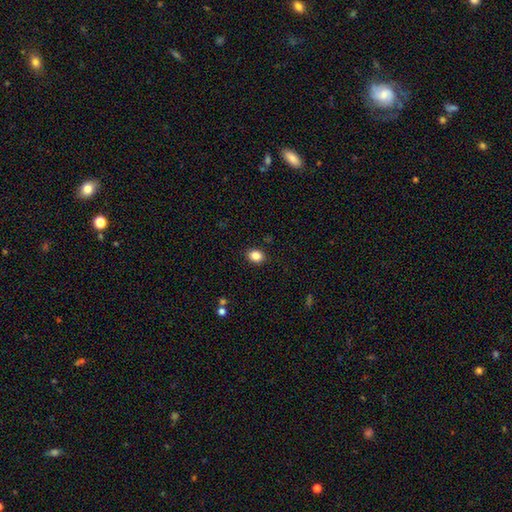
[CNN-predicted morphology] A smooth galaxy with no disk features (86%) that is in between round and cigar-shaped (62%).

Vote fractions:
- Smooth or featured? smooth: 86% / star or artifact: 10% / featured or disk: 5%
- How rounded? in between: 62% / round: 37% / cigar-shaped: 1%
- Merging? none: 90% / minor disturbance: 7% / major disturbance: 2% / merger: 1%